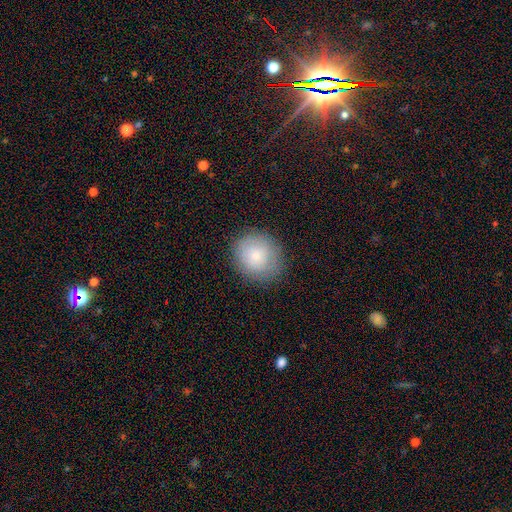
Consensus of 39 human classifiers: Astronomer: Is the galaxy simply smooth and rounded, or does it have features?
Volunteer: smooth — 67%.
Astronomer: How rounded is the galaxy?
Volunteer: round — 88%.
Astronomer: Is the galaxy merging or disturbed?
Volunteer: none — 87%.